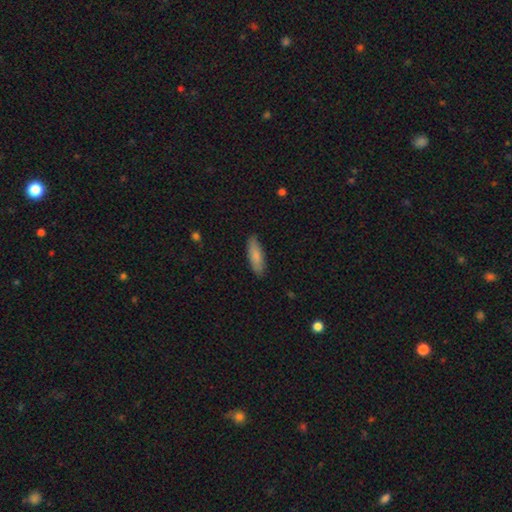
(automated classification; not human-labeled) The model was most divided on "how rounded": in between: 52%, cigar-shaped: 47%, round: 2%. More confident: merging — none (87%); smooth or featured — smooth (83%).